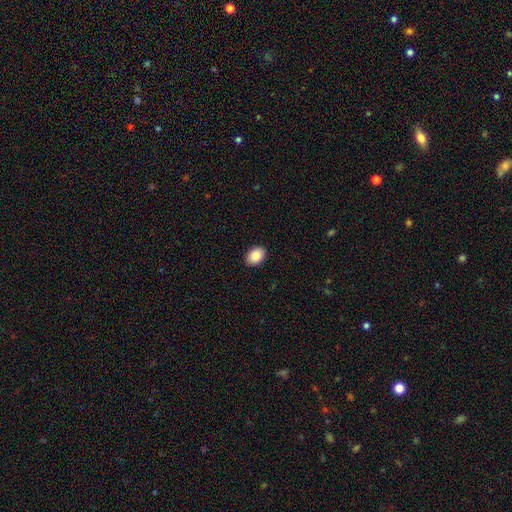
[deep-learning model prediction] The model was most divided on "how rounded": in between: 77%, round: 22%, cigar-shaped: 1%. More confident: merging — none (91%); smooth or featured — smooth (85%).